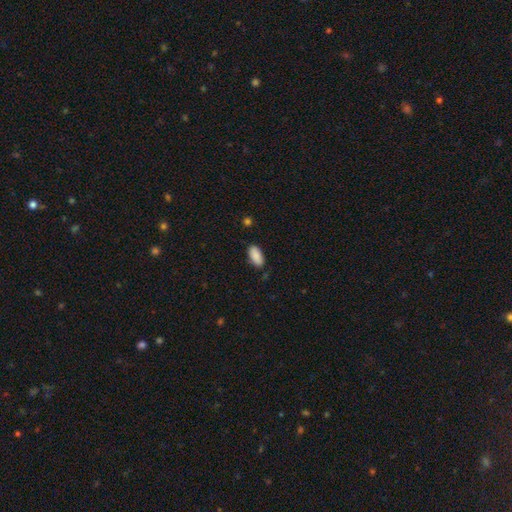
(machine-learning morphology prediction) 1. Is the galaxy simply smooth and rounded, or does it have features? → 90% smooth, 6% star or artifact, 4% featured or disk.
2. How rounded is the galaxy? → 94% in between, 4% cigar-shaped, 2% round.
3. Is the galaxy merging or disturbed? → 84% none, 12% minor disturbance, 2% major disturbance, 1% merger.